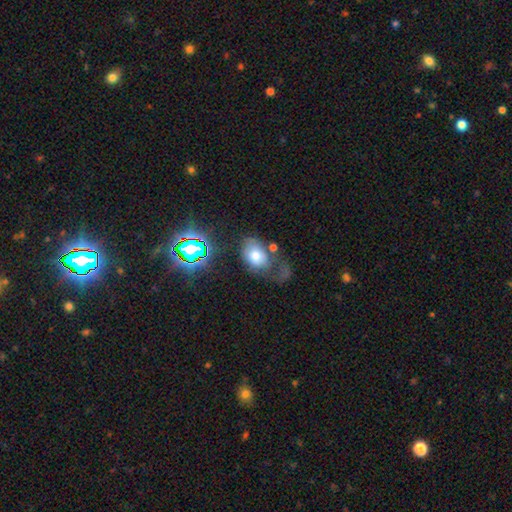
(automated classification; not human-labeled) smooth_or_featured: smooth (p=0.66) [alt: featured or disk p=0.21]
how_rounded: in between (p=0.76) [alt: round p=0.22]
merging: major disturbance (p=0.35) [alt: none p=0.31]